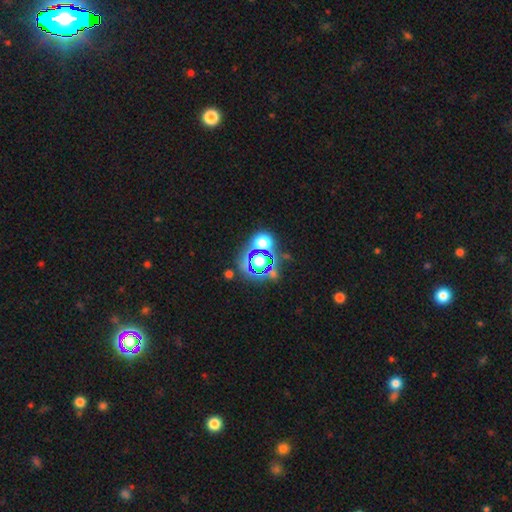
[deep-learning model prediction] Smooth or featured? Predicted: star or artifact (p=0.58).